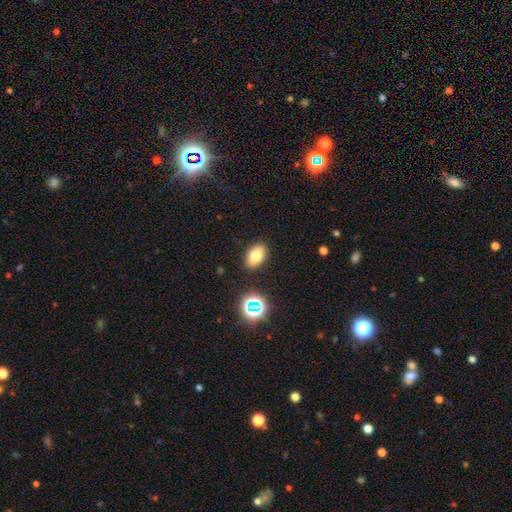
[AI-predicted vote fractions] Smooth or featured: smooth — 77% (star or artifact — 13%)
How rounded: in between — 88% (round — 10%)
Merging: none — 87% (minor disturbance — 9%)